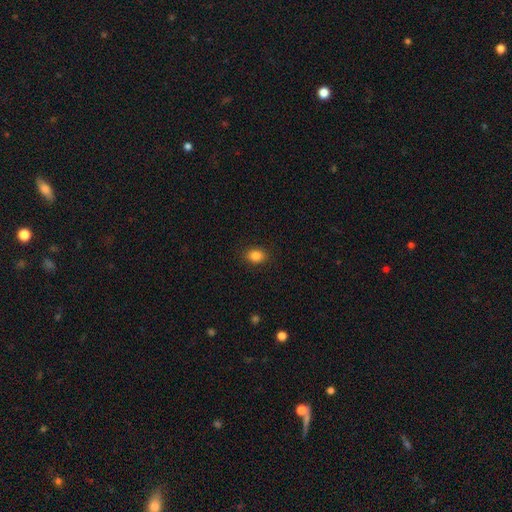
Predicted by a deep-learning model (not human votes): A smooth galaxy with no disk features (85%) that is in between round and cigar-shaped (57%).

Vote fractions:
- Smooth or featured? smooth: 85% / star or artifact: 10% / featured or disk: 5%
- How rounded? in between: 57% / round: 42% / cigar-shaped: 1%
- Merging? none: 89% / minor disturbance: 8% / major disturbance: 2% / merger: 1%